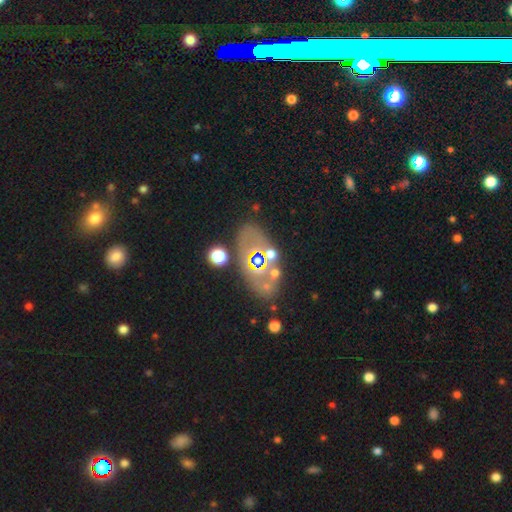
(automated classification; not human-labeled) A featured or disk galaxy (46%).

Vote fractions:
- Smooth or featured? featured or disk: 46% / smooth: 28% / star or artifact: 26%
- Merging? none: 72% / minor disturbance: 13% / major disturbance: 8% / merger: 7%